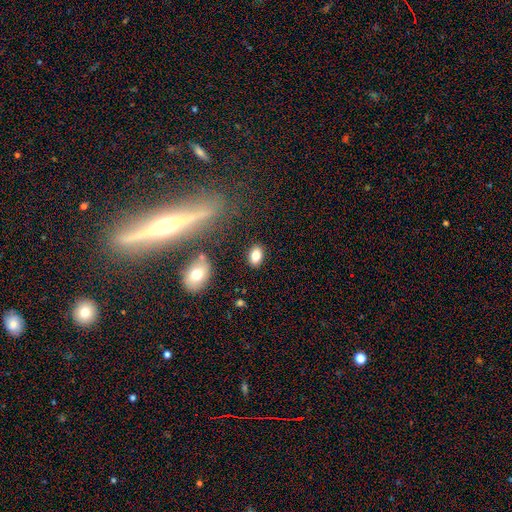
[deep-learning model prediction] Smooth or featured? Predicted: smooth (p=0.80). How rounded? Predicted: in between (p=0.84). Merging? Predicted: none (p=0.86).